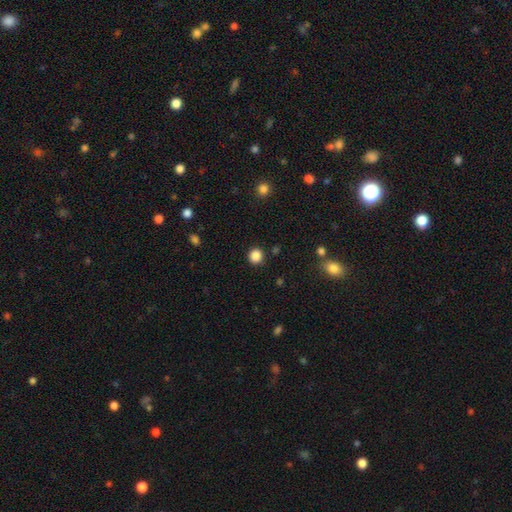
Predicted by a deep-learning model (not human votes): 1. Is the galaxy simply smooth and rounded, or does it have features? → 86% smooth, 11% star or artifact, 3% featured or disk.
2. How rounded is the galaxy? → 91% round, 8% in between, 1% cigar-shaped.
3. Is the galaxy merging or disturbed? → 90% none, 6% minor disturbance, 2% major disturbance, 2% merger.